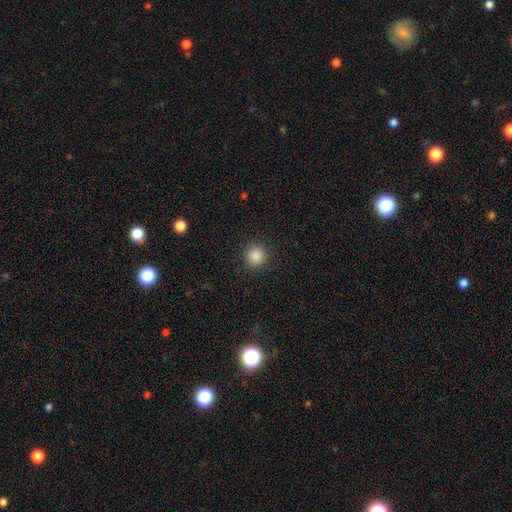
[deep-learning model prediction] Smooth or featured? smooth (87%)
How rounded? round (94%)
Merging? none (91%)